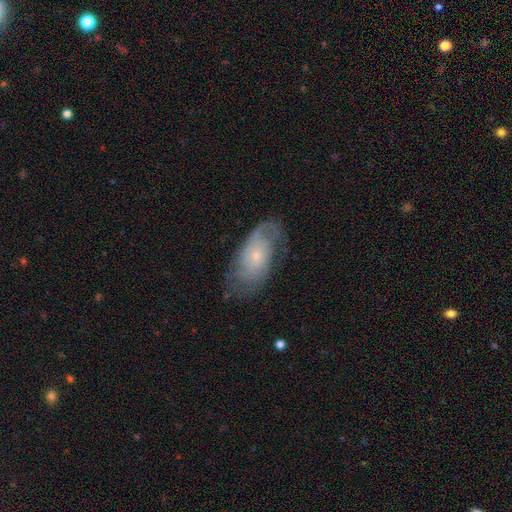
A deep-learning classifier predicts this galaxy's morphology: smooth-or-featured: featured or disk: 71% | smooth: 22% | star or artifact: 6%
  disk-edge-on: no: 94% | yes: 6%
    bar: no: 76% | weak: 20% | strong: 3%
    has-spiral-arms: yes: 89% | no: 11%
      spiral-winding: tight: 44% | medium: 38% | loose: 18%
      spiral-arm-count: 2: 50% | can't tell: 31% | 1: 7% | 3: 6% | 4: 3% | more than 4: 3%
    bulge-size: small: 75% | moderate: 20% | none: 2% | large: 2% | dominant: 1%
  merging: none: 67% | minor disturbance: 21% | major disturbance: 11% | merger: 1%